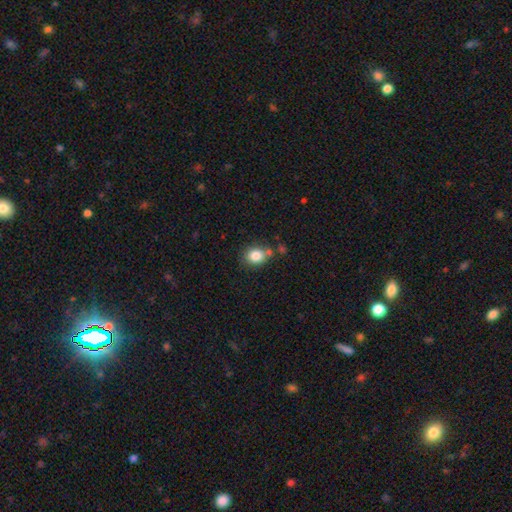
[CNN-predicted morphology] This is clearly a smooth galaxy (84%). How rounded: likely round (63%). Merging: likely none (67%).